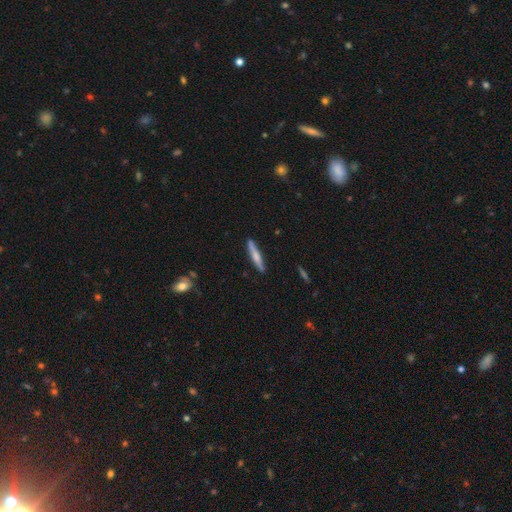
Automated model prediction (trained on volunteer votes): Smooth or featured? smooth (55%)
How rounded? cigar-shaped (92%)
Merging? none (87%)